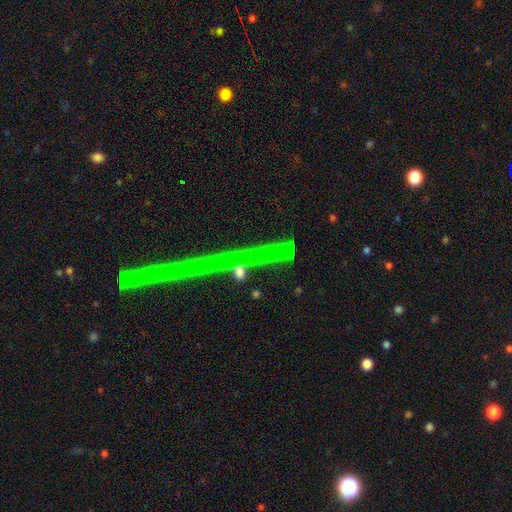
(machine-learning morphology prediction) A star or artifact, not a galaxy (61%).

Vote fractions:
- Smooth or featured? star or artifact: 61% / featured or disk: 26% / smooth: 13%